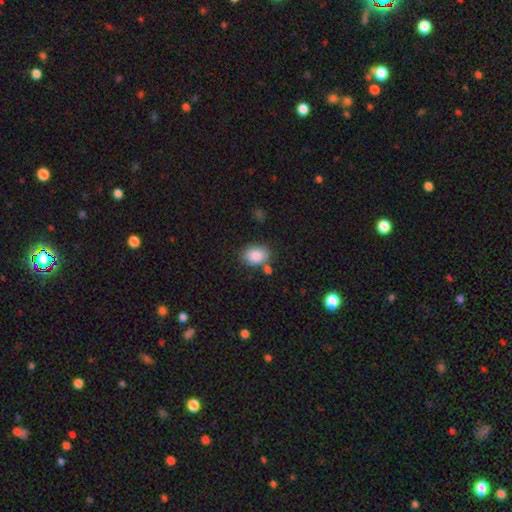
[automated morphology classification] This appears to be a smooth galaxy with no disk features (87%) that is in between round and cigar-shaped (75%). Merging: none (73%).